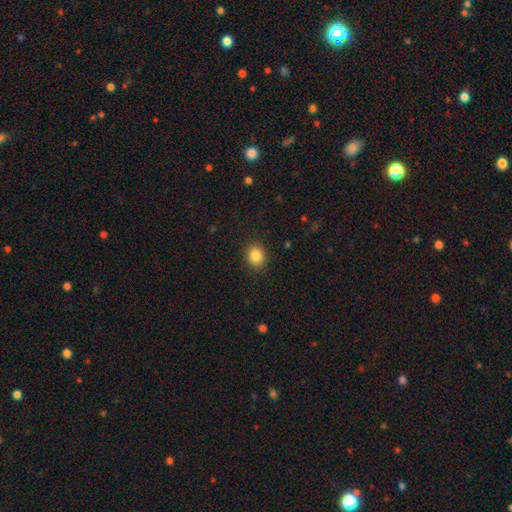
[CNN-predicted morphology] Overall: smooth (85%). How rounded: round (69%; in between 30%). Merging: none (89%).